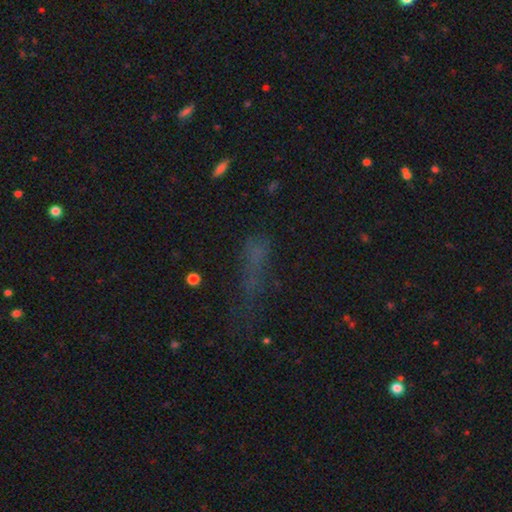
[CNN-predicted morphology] This is possibly a smooth galaxy (49%). Merging: marginally major disturbance (37%).